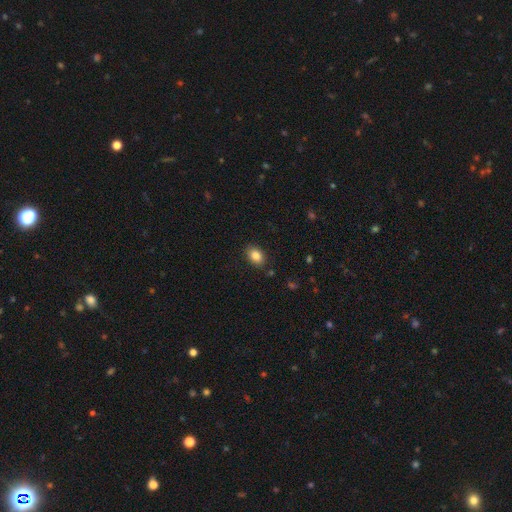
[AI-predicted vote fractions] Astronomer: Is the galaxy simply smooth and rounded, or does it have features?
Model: smooth — 84%.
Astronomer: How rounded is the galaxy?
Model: in between — 80%.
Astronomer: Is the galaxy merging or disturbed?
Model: none — 88%.